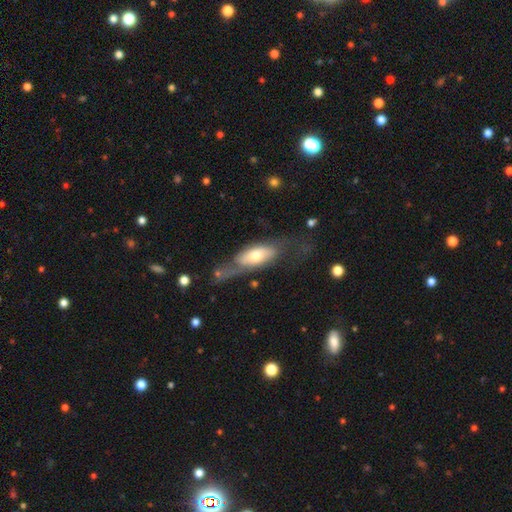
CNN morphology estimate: type=smooth (48%); merging=none (40%).